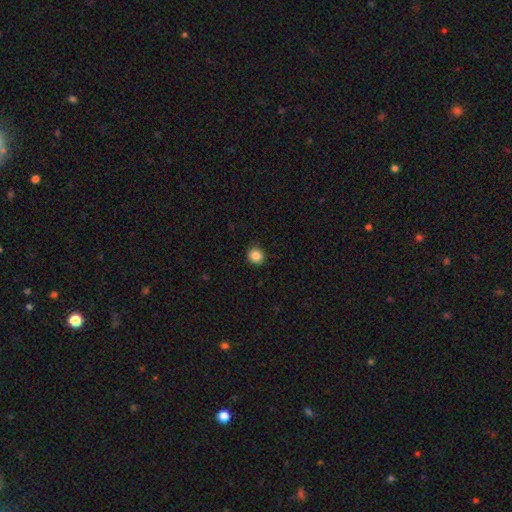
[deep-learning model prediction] A smooth galaxy with no disk features (85%) that is round (89%).

Vote fractions:
- Smooth or featured? smooth: 85% / star or artifact: 10% / featured or disk: 5%
- How rounded? round: 89% / in between: 10% / cigar-shaped: 1%
- Merging? none: 91% / minor disturbance: 6% / major disturbance: 2% / merger: 1%